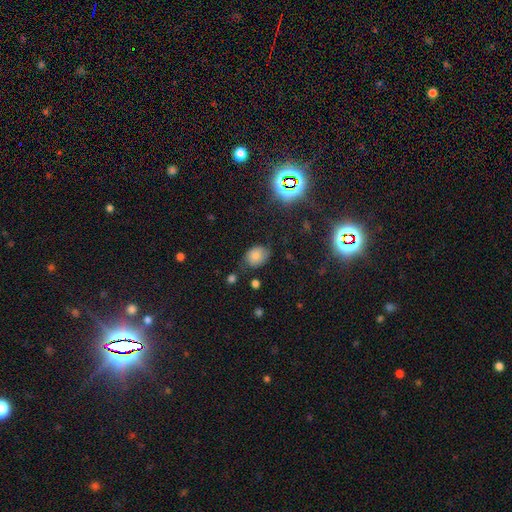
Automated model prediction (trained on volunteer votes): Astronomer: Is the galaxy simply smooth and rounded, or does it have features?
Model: smooth — 75%.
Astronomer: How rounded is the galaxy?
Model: in between — 60% (runner-up: round, 39%).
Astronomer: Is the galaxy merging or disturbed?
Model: none — 64%.